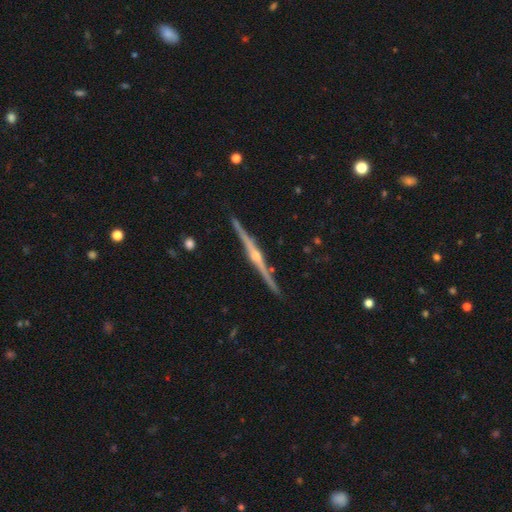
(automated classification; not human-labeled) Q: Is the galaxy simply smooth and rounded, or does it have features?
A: featured or disk — 89%.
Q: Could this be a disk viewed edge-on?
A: yes — 98%.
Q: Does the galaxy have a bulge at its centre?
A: rounded — 87%.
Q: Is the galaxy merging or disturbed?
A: none — 90%.